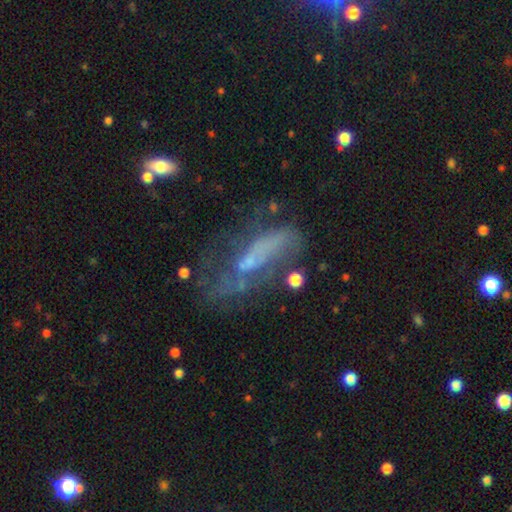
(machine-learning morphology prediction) This is possibly a featured or disk galaxy (57%). It is clearly not viewed edge-on (83%). Merging: marginally major disturbance (36%).